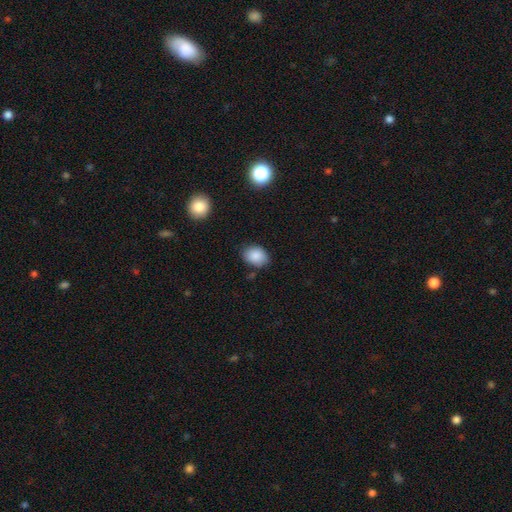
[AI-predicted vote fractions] smooth_or_featured: smooth (p=0.87) [alt: star or artifact p=0.08]
how_rounded: in between (p=0.69) [alt: round p=0.30]
merging: none (p=0.78) [alt: minor disturbance p=0.16]